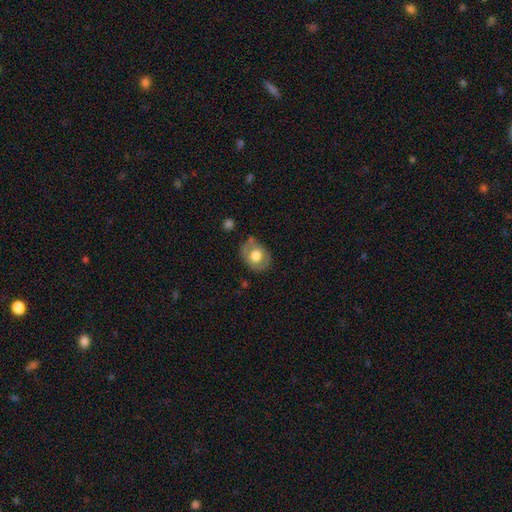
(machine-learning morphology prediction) smooth 60%, featured or disk 33%, star or artifact 7%. Down the decision tree: how rounded — in between (58%); merging — none (71%).